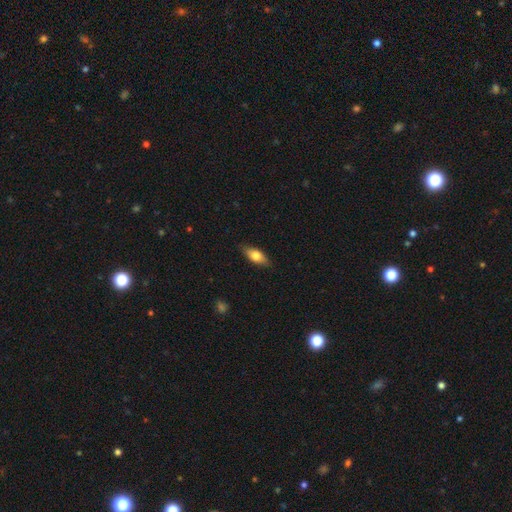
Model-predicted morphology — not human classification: The model was most divided on "smooth or featured": smooth: 73%, featured or disk: 21%, star or artifact: 6%. More confident: merging — none (84%); how rounded — in between (80%).